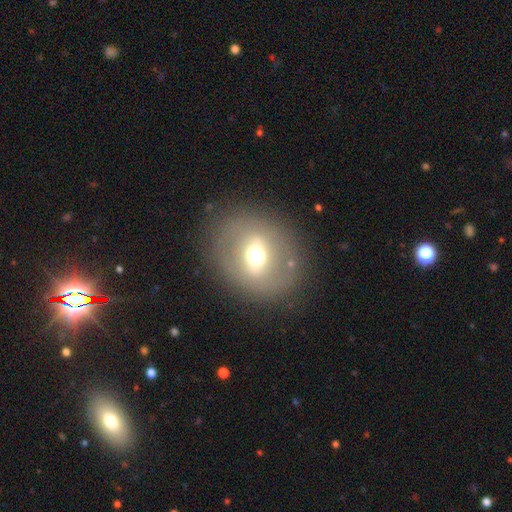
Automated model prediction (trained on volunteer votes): This appears to be a smooth galaxy with no disk features (46%). Merging: none (81%).